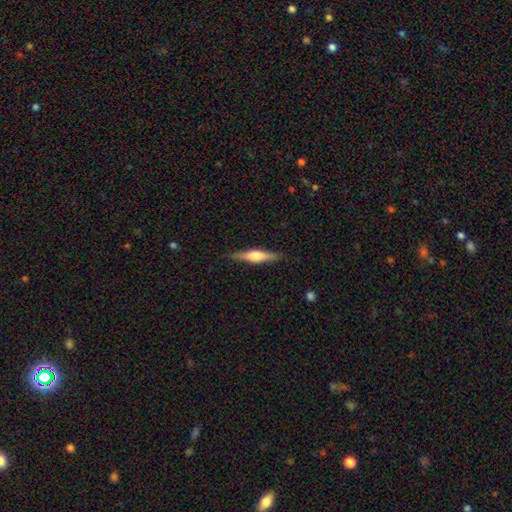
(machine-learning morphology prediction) This is possibly a featured or disk galaxy (60%). It is clearly viewed edge-on (97%). Edge-on bulge: clearly rounded (81%). Merging: clearly none (88%).